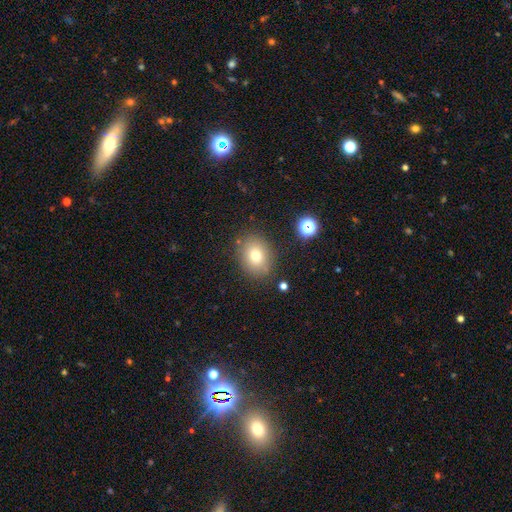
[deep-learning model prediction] Smooth or featured? Predicted: smooth (p=0.74). How rounded? Predicted: round (p=0.51). Merging? Predicted: none (p=0.82).